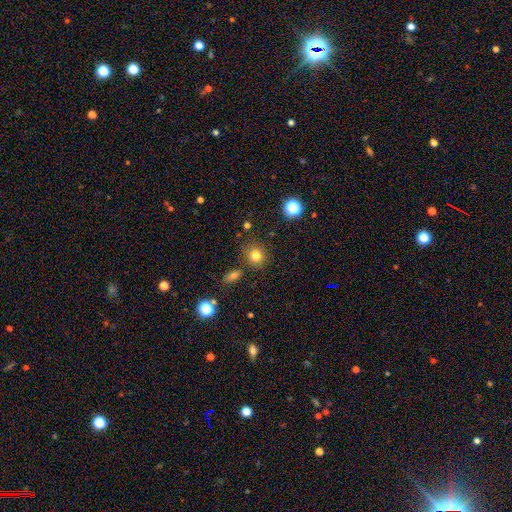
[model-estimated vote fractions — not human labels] Q: Smooth or featured?
A: smooth (78%); runner-up: star or artifact (15%)
Q: How rounded?
A: round (86%); runner-up: in between (13%)
Q: Merging?
A: none (82%); runner-up: minor disturbance (9%)